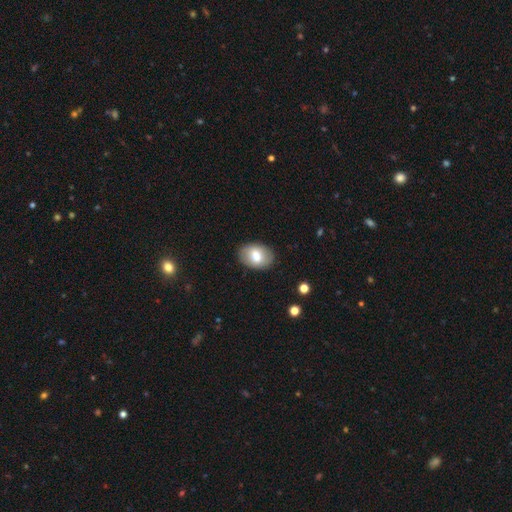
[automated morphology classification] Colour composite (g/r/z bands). It shows a smooth galaxy with no disk features (73%) that is in between round and cigar-shaped (80%). Merging: none (87%).